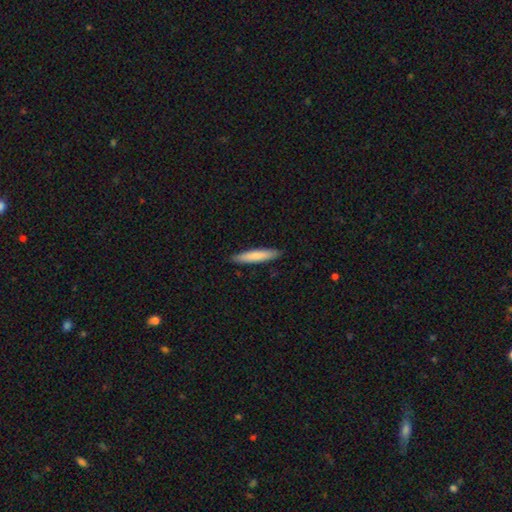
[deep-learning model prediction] smooth_or_featured: smooth (p=0.80) [alt: featured or disk p=0.15]
how_rounded: cigar-shaped (p=0.90) [alt: in between p=0.09]
merging: none (p=0.90) [alt: minor disturbance p=0.07]